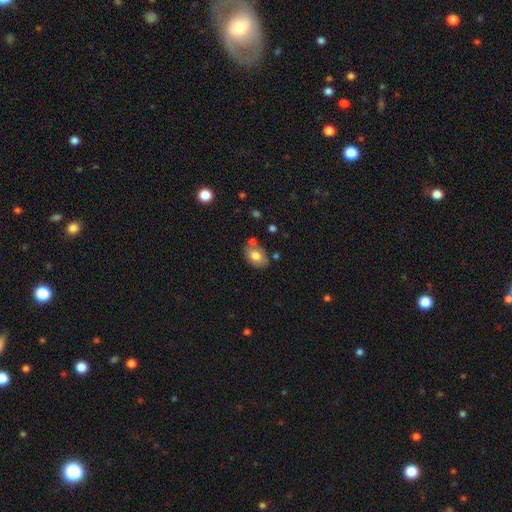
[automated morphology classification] The model was most divided on "merging": none: 63%, minor disturbance: 18%, merger: 15%, major disturbance: 4%. More confident: how rounded — in between (80%); smooth or featured — smooth (76%).